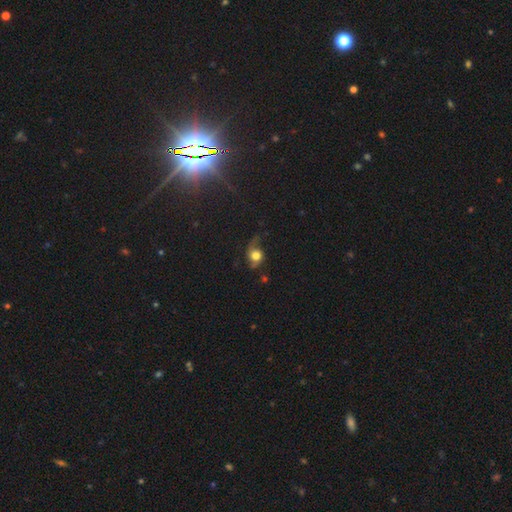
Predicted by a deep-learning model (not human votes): Smooth or featured? Predicted: smooth (p=0.54). How rounded? Predicted: round (p=0.71). Merging? Predicted: none (p=0.48).